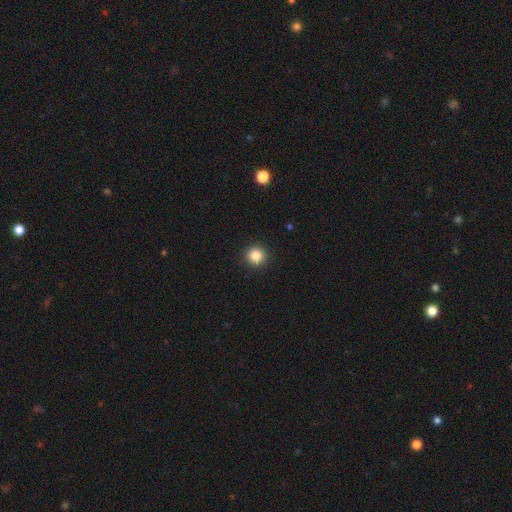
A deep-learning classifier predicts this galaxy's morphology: The model was most divided on "smooth or featured": smooth: 85%, star or artifact: 11%, featured or disk: 4%. More confident: how rounded — round (95%); merging — none (92%).